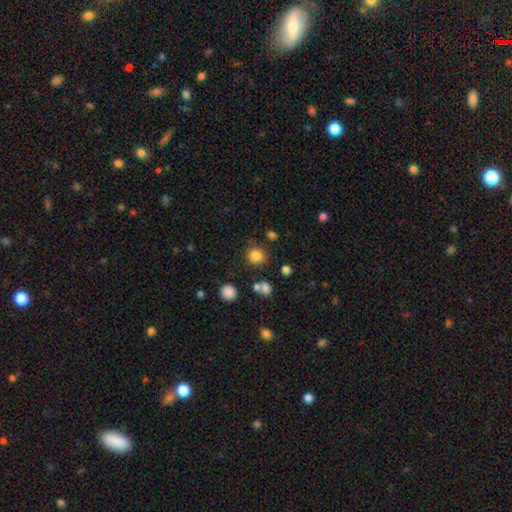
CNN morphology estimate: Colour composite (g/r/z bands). It shows a smooth galaxy with no disk features (82%) that is round (87%). Merging: none (80%).